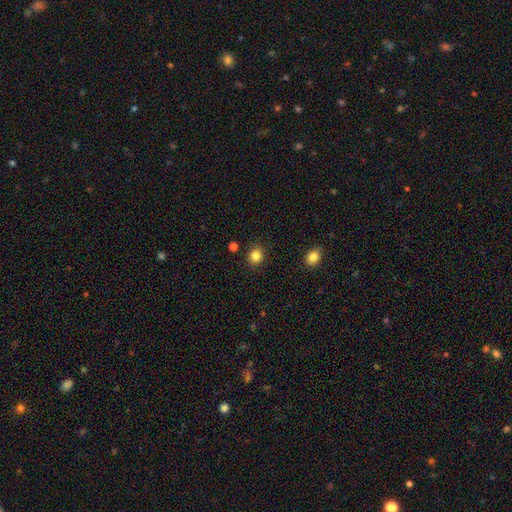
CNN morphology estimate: Smooth or featured?
  - smooth: 84% *
  - star or artifact: 12%
  - featured or disk: 5%
How rounded?
  - round: 78% *
  - in between: 21%
  - cigar-shaped: 1%
Merging?
  - none: 88% *
  - minor disturbance: 8%
  - major disturbance: 2%
  - merger: 2%